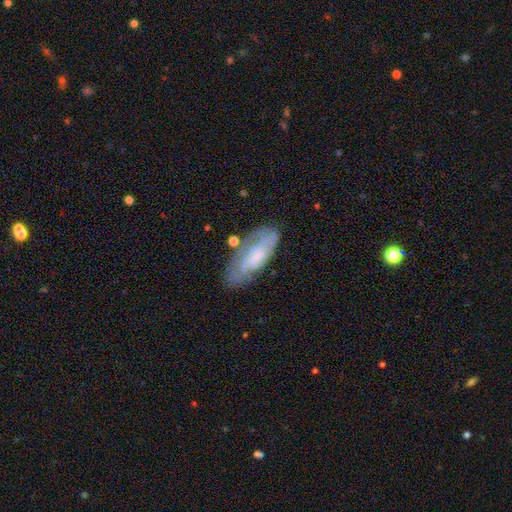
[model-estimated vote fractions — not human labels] A featured or disk galaxy (60%) with no bar (62%), spiral arms (78%) and a small central bulge (57%). Merging: none (62%).